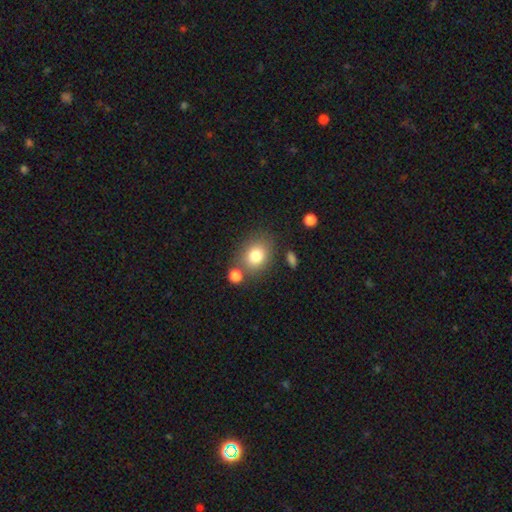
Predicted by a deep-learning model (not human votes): Smooth or featured? smooth (80%)
How rounded? round (54%)
Merging? none (69%)